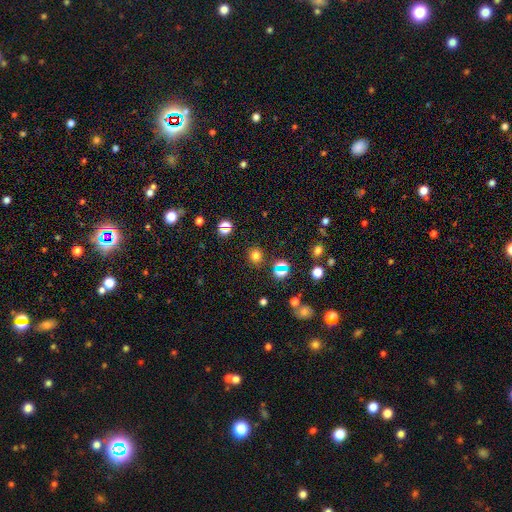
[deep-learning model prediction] Smooth or featured? Predicted: smooth (p=0.70). How rounded? Predicted: round (p=0.87). Merging? Predicted: none (p=0.84).